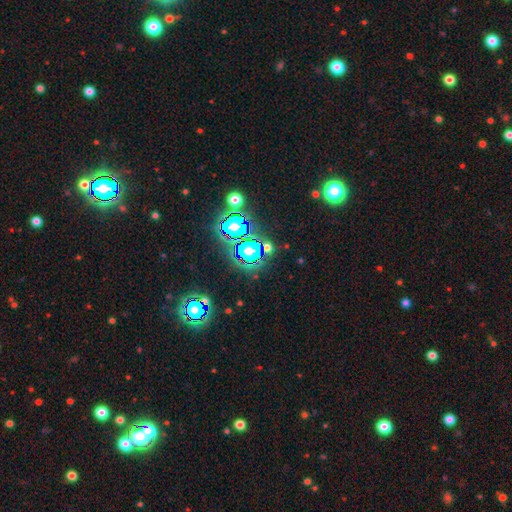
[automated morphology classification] The model was most divided on "smooth or featured": star or artifact: 82%, smooth: 11%, featured or disk: 7%.